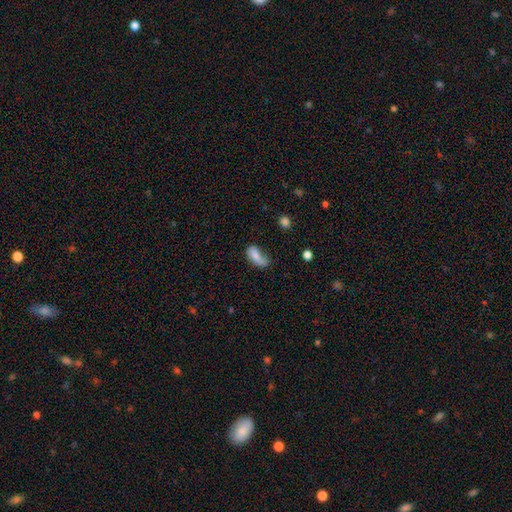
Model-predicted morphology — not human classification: Smooth or featured? Predicted: smooth (p=0.73). How rounded? Predicted: in between (p=0.86). Merging? Predicted: none (p=0.32, tied with minor disturbance).